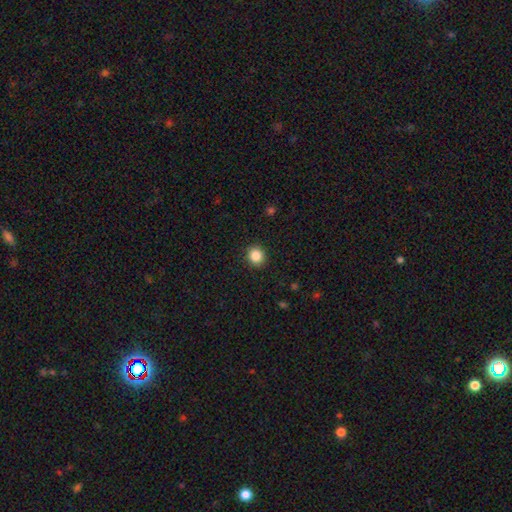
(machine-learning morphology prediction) smooth_or_featured: smooth (p=0.86) [alt: star or artifact p=0.10]
how_rounded: round (p=0.87) [alt: in between p=0.13]
merging: none (p=0.91) [alt: minor disturbance p=0.06]